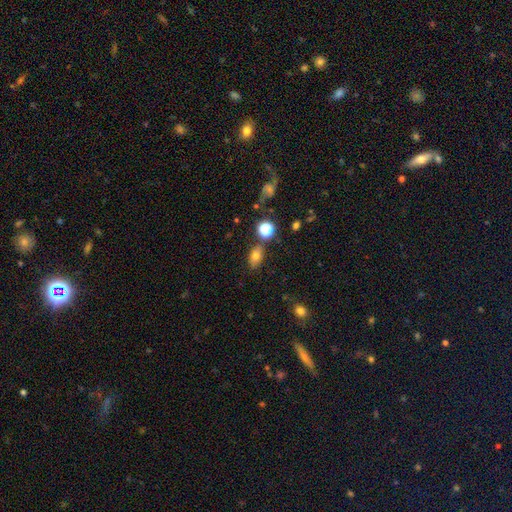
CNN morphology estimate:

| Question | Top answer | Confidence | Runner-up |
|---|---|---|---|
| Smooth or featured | smooth | 72% | star or artifact (14%) |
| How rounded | in between | 81% | round (16%) |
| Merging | none | 77% | minor disturbance (13%) |